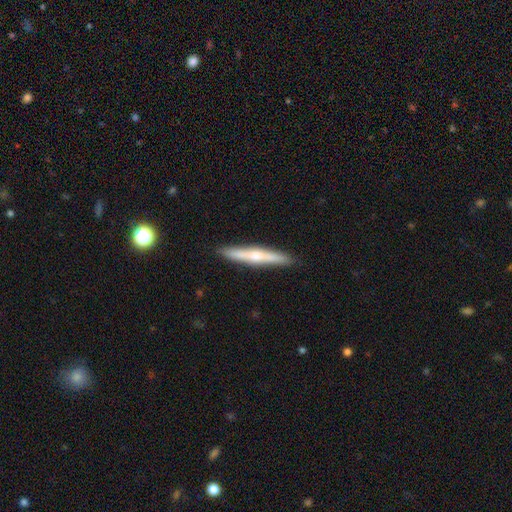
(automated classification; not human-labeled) Smooth or featured? Predicted: featured or disk (p=0.53). Edge-on disk? Predicted: yes (p=0.96). Edge-on bulge? Predicted: rounded (p=0.74). Merging? Predicted: none (p=0.91).